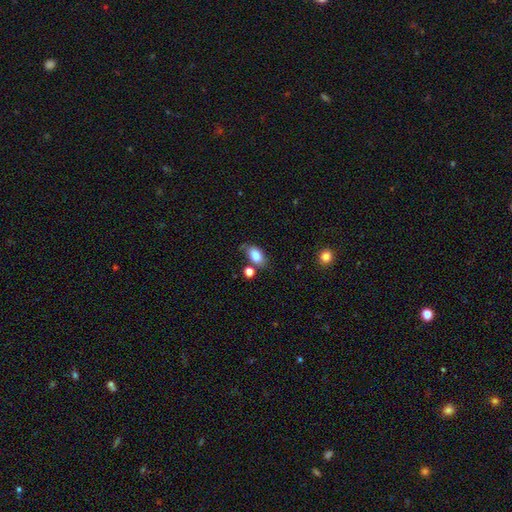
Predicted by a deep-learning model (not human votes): Morphology: type=smooth (83%); roundness=in between (88%); merging=none (59%).